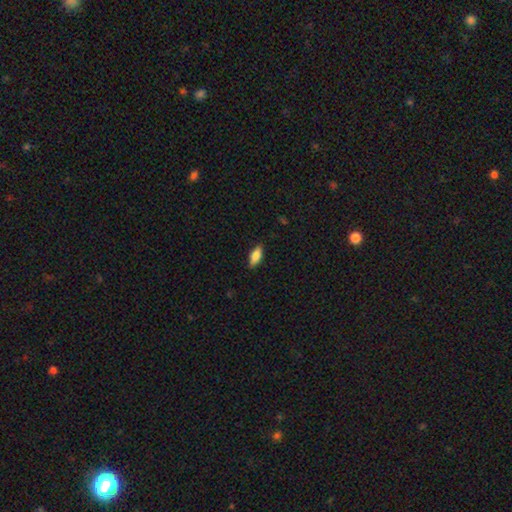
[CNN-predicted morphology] type=smooth (80%); roundness=in between (81%); merging=none (86%).